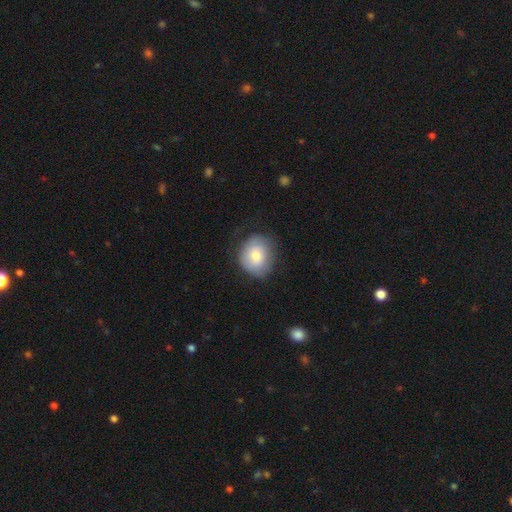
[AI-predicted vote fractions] Smooth or featured?
  - smooth: 75% *
  - featured or disk: 19%
  - star or artifact: 7%
How rounded?
  - round: 68% *
  - in between: 31%
  - cigar-shaped: 1%
Merging?
  - none: 67% *
  - minor disturbance: 23%
  - major disturbance: 8%
  - merger: 1%